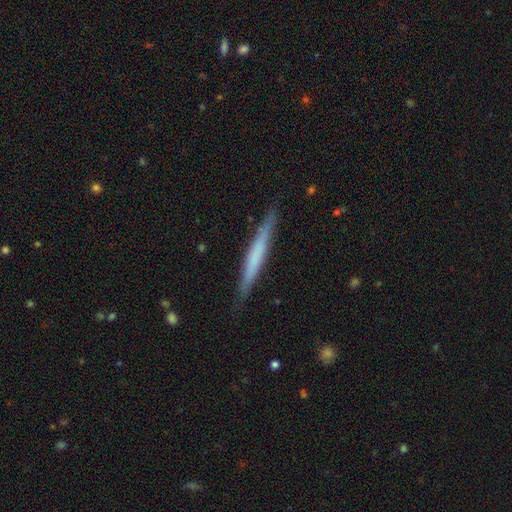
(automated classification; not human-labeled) Q: Smooth or featured?
A: smooth (53%); runner-up: featured or disk (42%)
Q: How rounded?
A: cigar-shaped (96%); runner-up: in between (3%)
Q: Merging?
A: none (88%); runner-up: minor disturbance (10%)